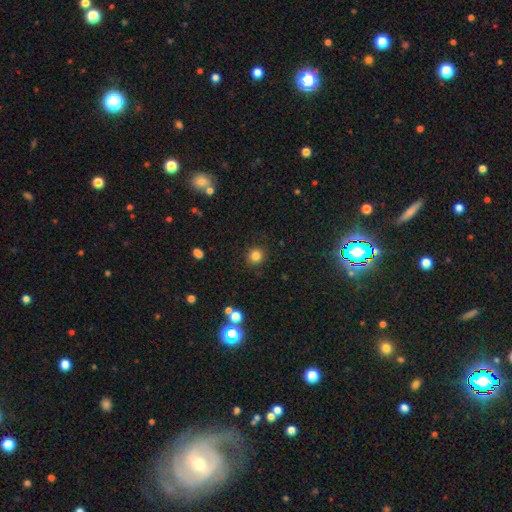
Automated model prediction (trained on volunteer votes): Q: Smooth or featured?
A: smooth (82%); runner-up: star or artifact (13%)
Q: How rounded?
A: round (92%); runner-up: in between (7%)
Q: Merging?
A: none (90%); runner-up: minor disturbance (6%)